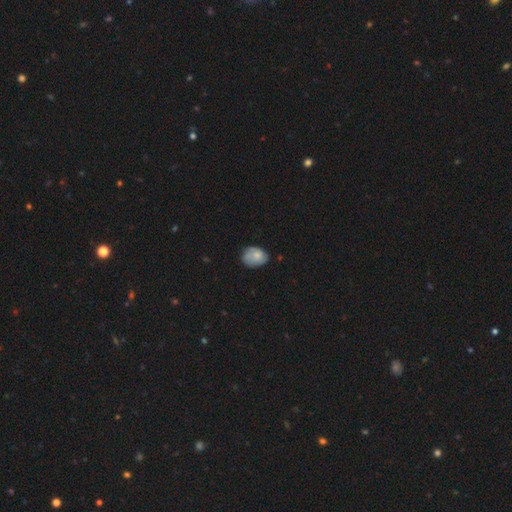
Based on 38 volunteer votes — This is likely a smooth galaxy (76%). How rounded: likely in between (69%). Merging: likely none (63%).